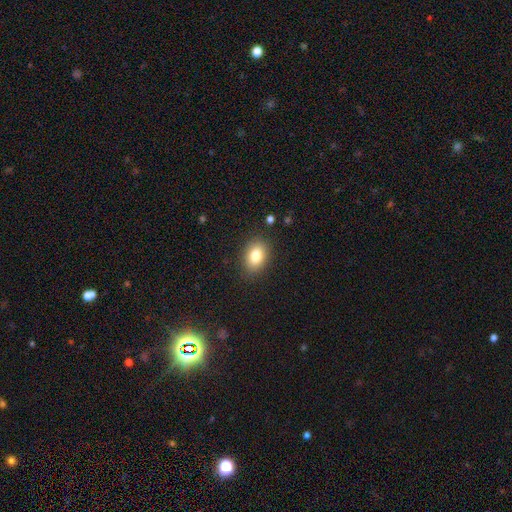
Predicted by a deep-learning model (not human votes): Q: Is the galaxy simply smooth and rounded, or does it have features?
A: smooth — 82%.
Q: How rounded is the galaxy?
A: in between — 76%.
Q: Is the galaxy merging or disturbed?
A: none — 87%.